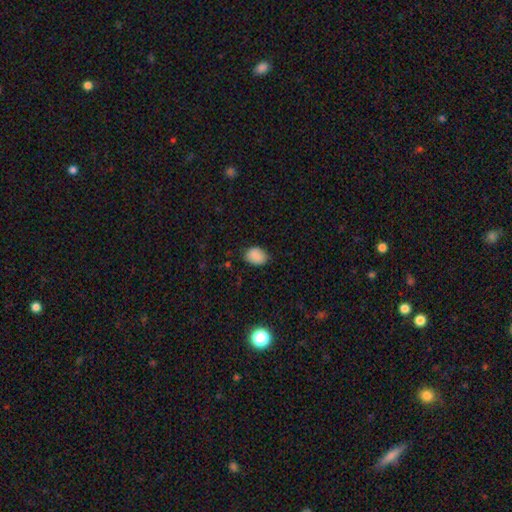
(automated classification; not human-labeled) Smooth or featured? smooth (87%)
How rounded? in between (70%)
Merging? none (80%)